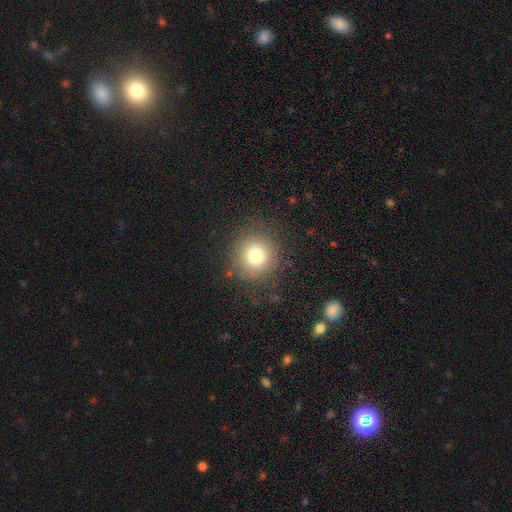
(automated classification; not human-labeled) Morphology: type=smooth (77%); roundness=round (93%); merging=none (86%).